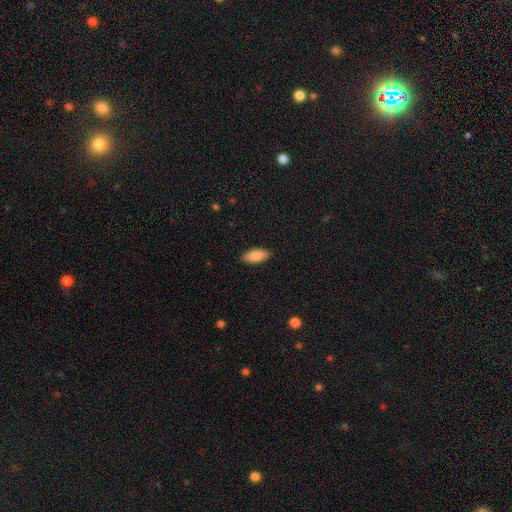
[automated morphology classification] Smooth or featured? smooth (88%)
How rounded? in between (82%)
Merging? none (90%)